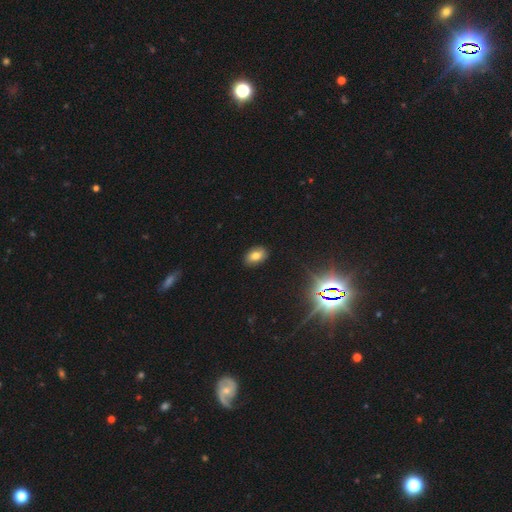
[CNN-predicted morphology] type=smooth (71%); roundness=in between (85%); merging=none (87%).